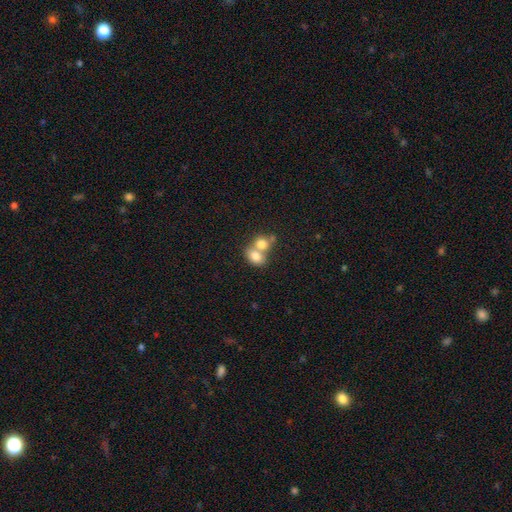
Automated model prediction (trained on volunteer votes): This is likely a smooth galaxy (78%). How rounded: possibly in between (56%). Merging: likely merger (67%).